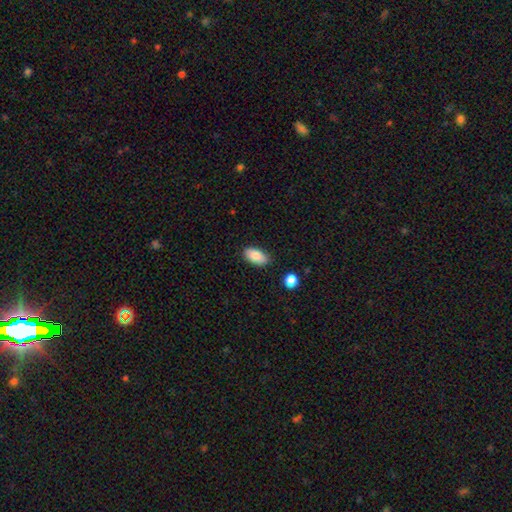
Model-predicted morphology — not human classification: smooth_or_featured: smooth (p=0.87) [alt: star or artifact p=0.07]
how_rounded: in between (p=0.93) [alt: round p=0.04]
merging: none (p=0.84) [alt: minor disturbance p=0.12]